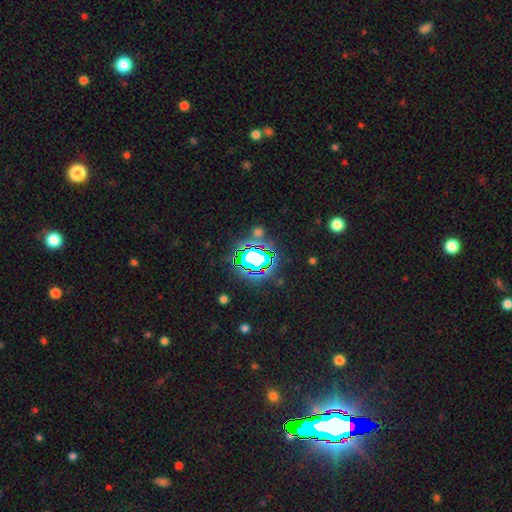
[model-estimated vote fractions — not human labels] This appears to be a star or artifact, not a galaxy (69%).